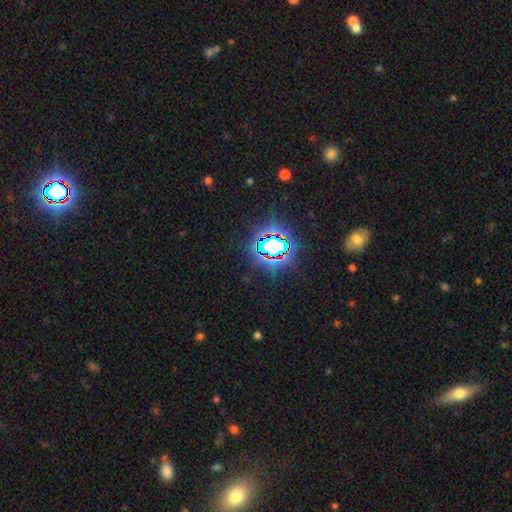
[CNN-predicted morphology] This appears to be a star or artifact, not a galaxy (79%).